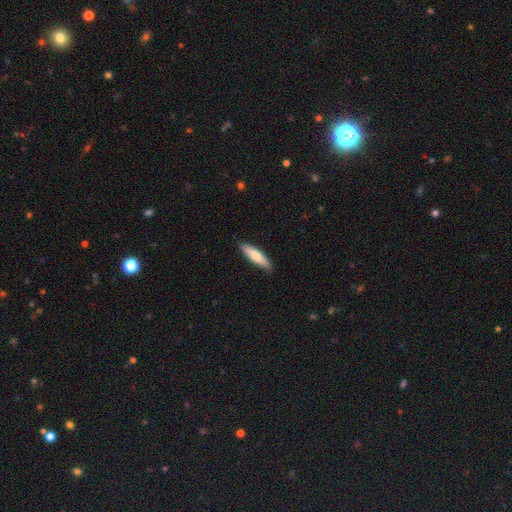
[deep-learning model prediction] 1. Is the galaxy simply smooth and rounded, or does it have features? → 71% smooth, 23% featured or disk, 5% star or artifact.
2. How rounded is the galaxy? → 67% cigar-shaped, 31% in between, 1% round.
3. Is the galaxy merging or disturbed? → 89% none, 9% minor disturbance, 2% major disturbance, 1% merger.